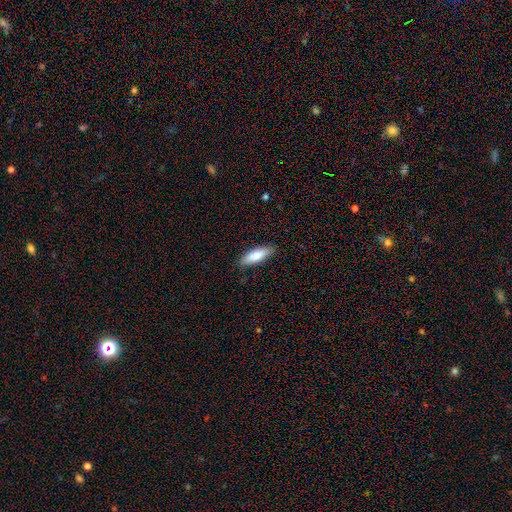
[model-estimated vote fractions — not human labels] smooth_or_featured: smooth (p=0.78) [alt: featured or disk p=0.16]
how_rounded: in between (p=0.55) [alt: cigar-shaped p=0.44]
merging: none (p=0.87) [alt: minor disturbance p=0.10]